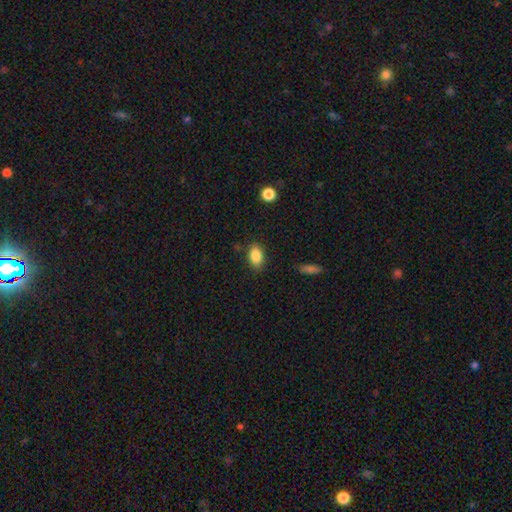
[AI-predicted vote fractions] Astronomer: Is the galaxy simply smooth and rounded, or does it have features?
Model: smooth — 86%.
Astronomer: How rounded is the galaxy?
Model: in between — 88%.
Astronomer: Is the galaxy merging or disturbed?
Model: none — 81%.